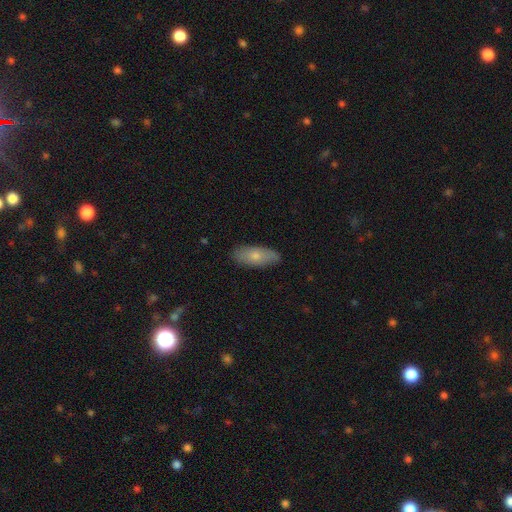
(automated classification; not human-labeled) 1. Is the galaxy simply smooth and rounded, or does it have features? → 71% smooth, 22% featured or disk, 6% star or artifact.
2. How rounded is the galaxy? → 80% in between, 18% cigar-shaped, 3% round.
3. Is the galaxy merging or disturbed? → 84% none, 13% minor disturbance, 2% major disturbance, 1% merger.